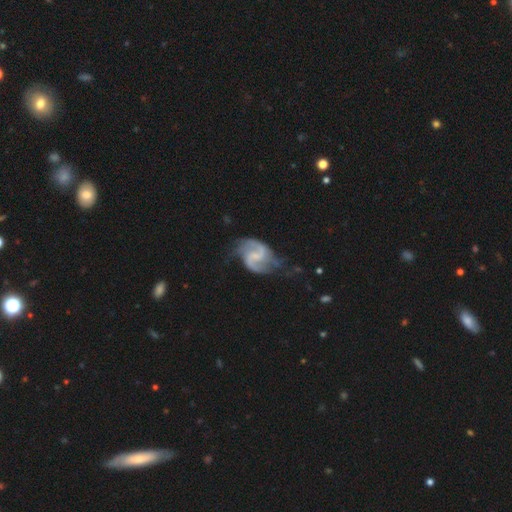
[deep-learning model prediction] Q: Smooth or featured?
A: featured or disk (89%); runner-up: smooth (6%)
Q: Edge-on disk?
A: no (98%); runner-up: yes (2%)
Q: Bar?
A: weak (55%); runner-up: no (28%)
Q: Spiral arms?
A: yes (97%); runner-up: no (3%)
Q: Spiral winding?
A: medium (50%); runner-up: loose (37%)
Q: Spiral arm count?
A: 2 (92%); runner-up: can't tell (3%)
Q: Bulge size?
A: none (40%); runner-up: small (39%)
Q: Merging?
A: none (61%); runner-up: minor disturbance (23%)